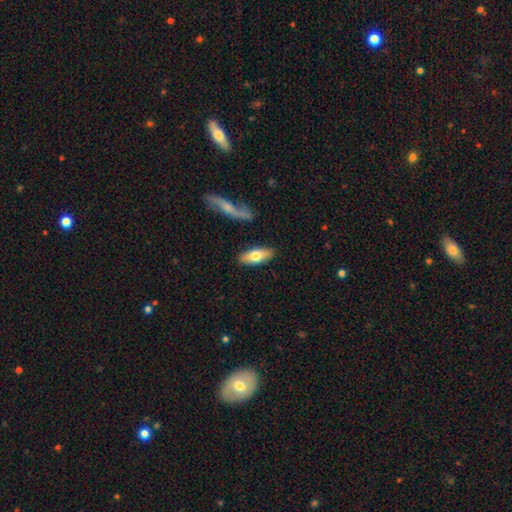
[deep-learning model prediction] A smooth galaxy with no disk features (67%) that is in between round and cigar-shaped (76%).

Vote fractions:
- Smooth or featured? smooth: 67% / featured or disk: 28% / star or artifact: 5%
- How rounded? in between: 76% / cigar-shaped: 21% / round: 3%
- Merging? none: 85% / minor disturbance: 10% / merger: 3% / major disturbance: 2%